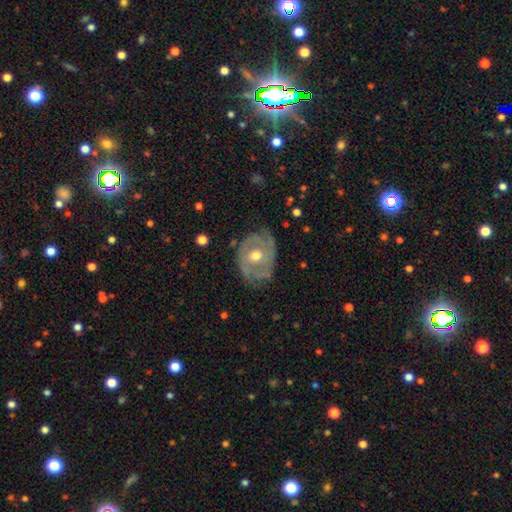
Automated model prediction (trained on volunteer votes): Q: Smooth or featured?
A: featured or disk (77%); runner-up: smooth (16%)
Q: Edge-on disk?
A: no (96%); runner-up: yes (4%)
Q: Bar?
A: no (70%); runner-up: weak (23%)
Q: Spiral arms?
A: yes (78%); runner-up: no (22%)
Q: Spiral winding?
A: tight (58%); runner-up: medium (31%)
Q: Spiral arm count?
A: 2 (35%); runner-up: can't tell (33%)
Q: Bulge size?
A: moderate (78%); runner-up: small (17%)
Q: Merging?
A: none (72%); runner-up: minor disturbance (20%)